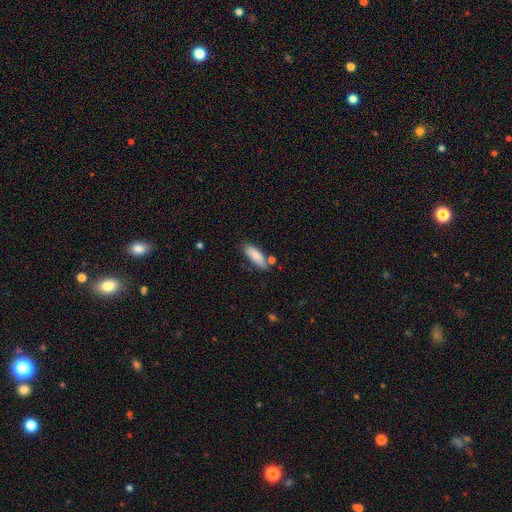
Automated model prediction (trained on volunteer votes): smooth 85%, featured or disk 8%, star or artifact 6%. Down the decision tree: how rounded — in between (60%); merging — none (71%).